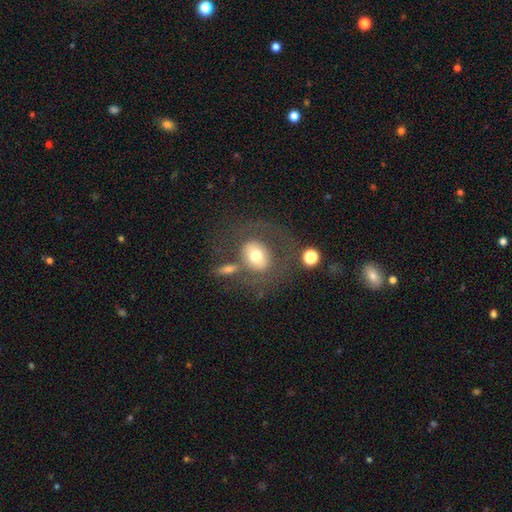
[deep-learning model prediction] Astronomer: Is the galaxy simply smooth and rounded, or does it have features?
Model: smooth — 56% (runner-up: featured or disk, 34%).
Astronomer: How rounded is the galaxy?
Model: round — 57% (runner-up: in between, 42%).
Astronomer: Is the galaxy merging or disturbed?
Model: none — 49%.